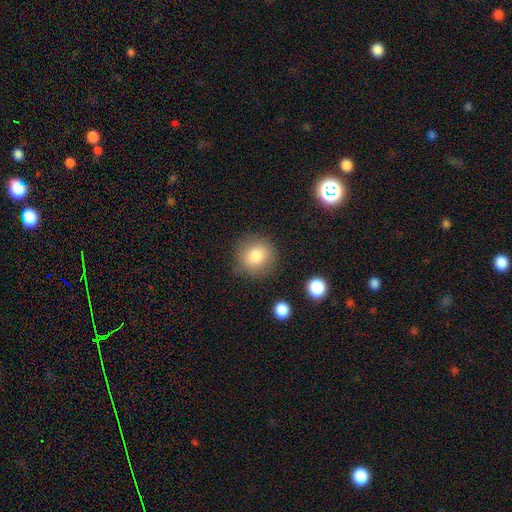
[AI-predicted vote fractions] This appears to be a smooth galaxy with no disk features (82%) that is round (88%). Merging: none (81%).